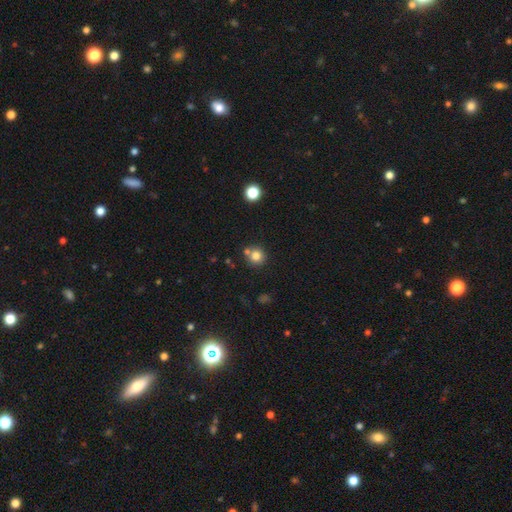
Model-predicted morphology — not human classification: Overall: smooth (80%). How rounded: round (92%). Merging: none (67%).